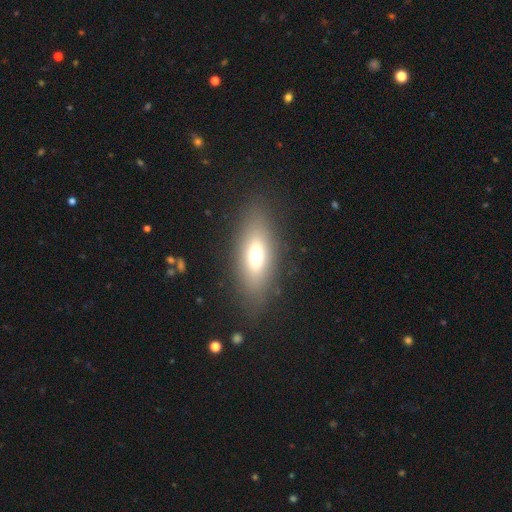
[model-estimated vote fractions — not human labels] This is likely a smooth galaxy (67%). How rounded: likely in between (72%). Merging: clearly none (83%).